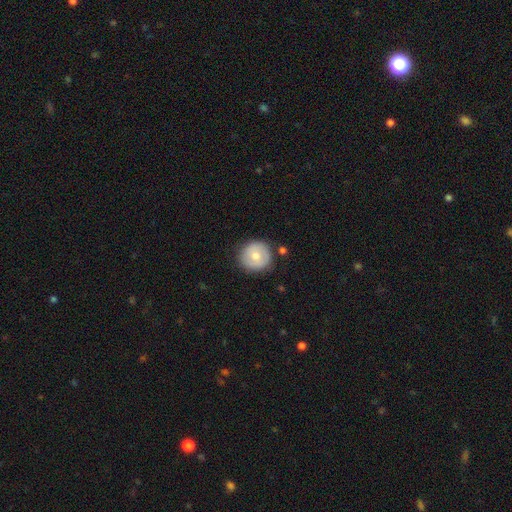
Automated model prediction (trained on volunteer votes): Smooth or featured? smooth (68%)
How rounded? round (92%)
Merging? none (83%)